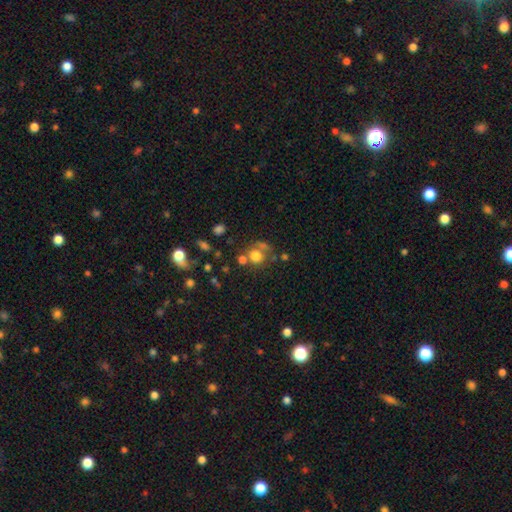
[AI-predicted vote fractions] Smooth or featured?
  - smooth: 73% *
  - star or artifact: 16%
  - featured or disk: 12%
How rounded?
  - round: 80% *
  - in between: 19%
  - cigar-shaped: 1%
Merging?
  - none: 52% *
  - merger: 26%
  - minor disturbance: 13%
  - major disturbance: 9%